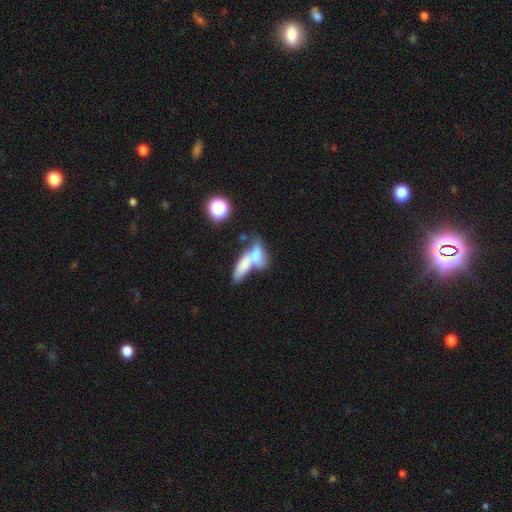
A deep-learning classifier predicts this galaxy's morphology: Smooth or featured?
  - smooth: 63% *
  - featured or disk: 26%
  - star or artifact: 10%
How rounded?
  - in between: 72% *
  - cigar-shaped: 21%
  - round: 7%
Merging?
  - merger: 71% *
  - none: 16%
  - minor disturbance: 7%
  - major disturbance: 6%